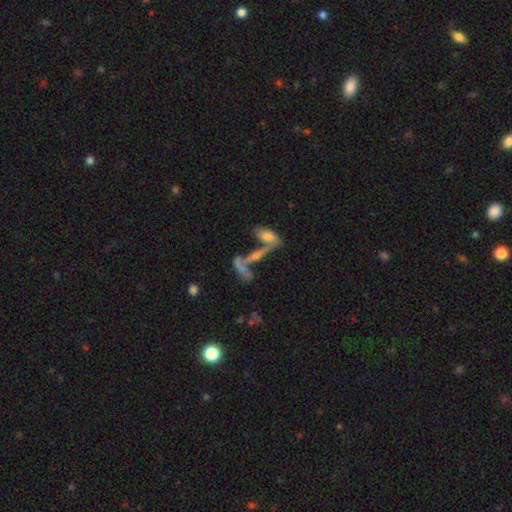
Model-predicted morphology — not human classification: Smooth or featured: smooth — 42% (featured or disk — 39%)
Merging: merger — 49% (none — 29%)